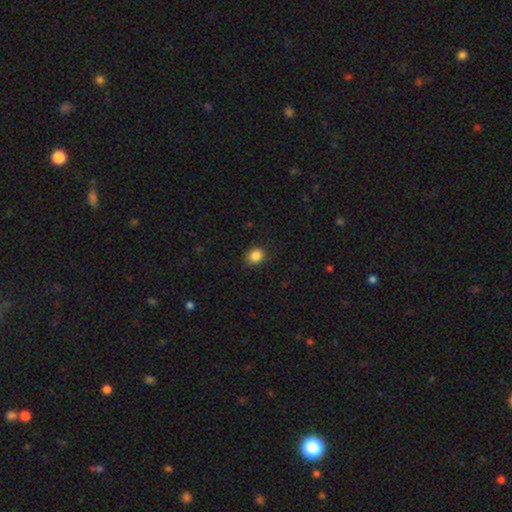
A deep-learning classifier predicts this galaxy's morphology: Smooth or featured? Predicted: smooth (p=0.86). How rounded? Predicted: round (p=0.61). Merging? Predicted: none (p=0.84).